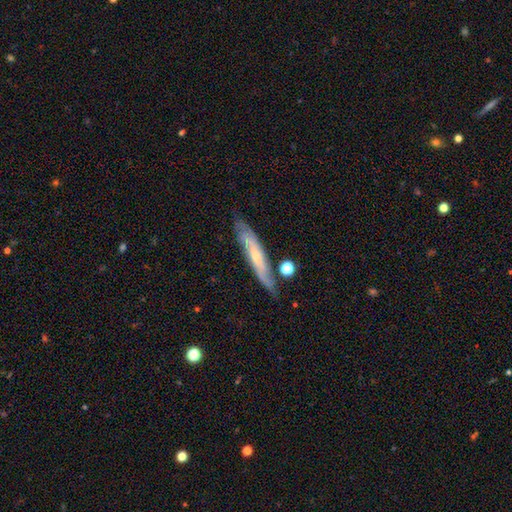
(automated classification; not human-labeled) Q: Smooth or featured?
A: featured or disk (64%); runner-up: smooth (29%)
Q: Edge-on disk?
A: yes (58%); runner-up: no (42%)
Q: Merging?
A: none (68%); runner-up: minor disturbance (21%)